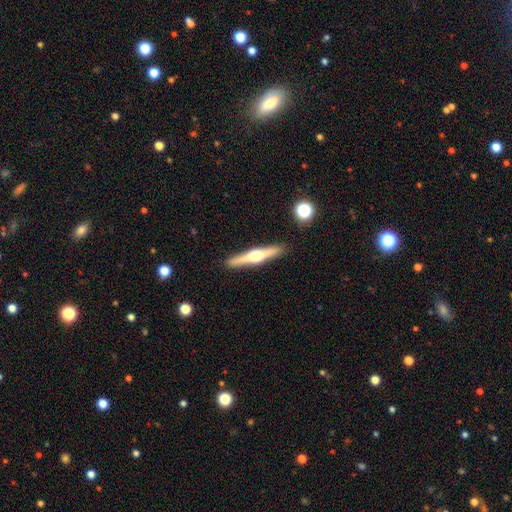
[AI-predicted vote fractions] A featured or disk galaxy (72%) viewed edge-on (98%) with a rounded central bulge (95%). Merging: none (91%).